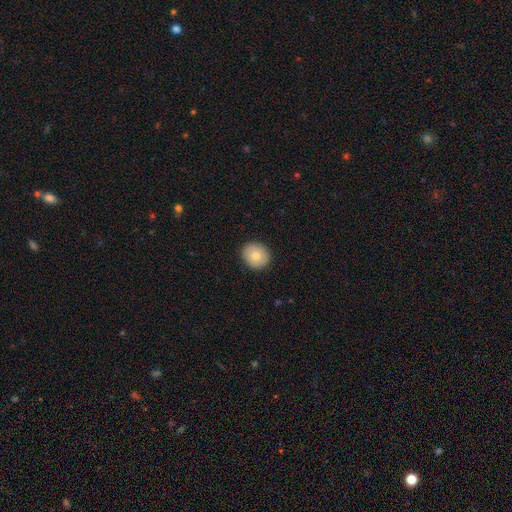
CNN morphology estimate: This is likely a smooth galaxy (76%). How rounded: likely round (78%). Merging: clearly none (90%).